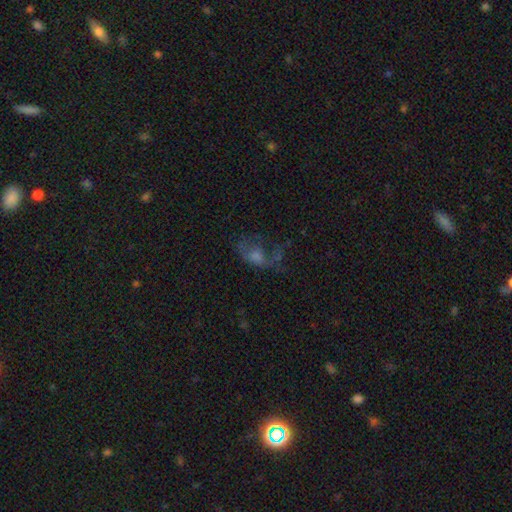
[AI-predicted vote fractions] A featured or disk galaxy (42%). Merging: major disturbance (44%).